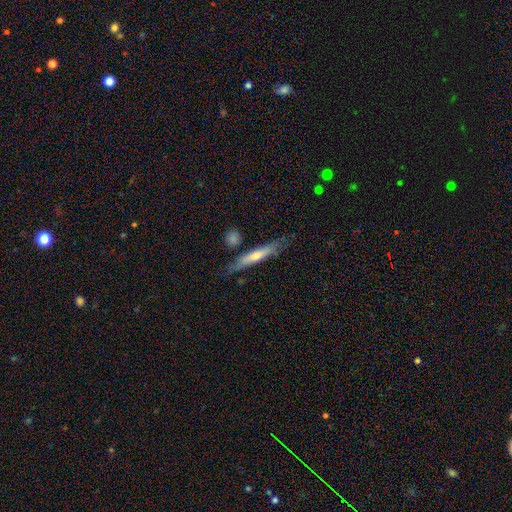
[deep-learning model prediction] Smooth or featured? Predicted: featured or disk (p=0.59). Edge-on disk? Predicted: yes (p=0.89). Edge-on bulge? Predicted: rounded (p=0.62). Merging? Predicted: none (p=0.76).